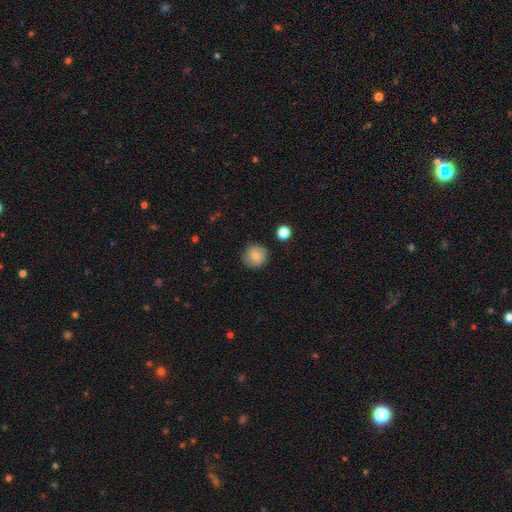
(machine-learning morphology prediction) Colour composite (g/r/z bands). It shows a smooth galaxy with no disk features (81%) that is round (93%). Merging: none (86%).